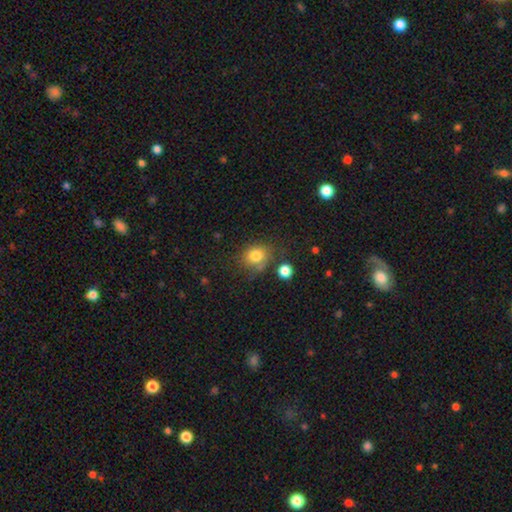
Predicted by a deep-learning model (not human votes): This is likely a smooth galaxy (80%). How rounded: likely round (63%). Merging: likely none (68%).